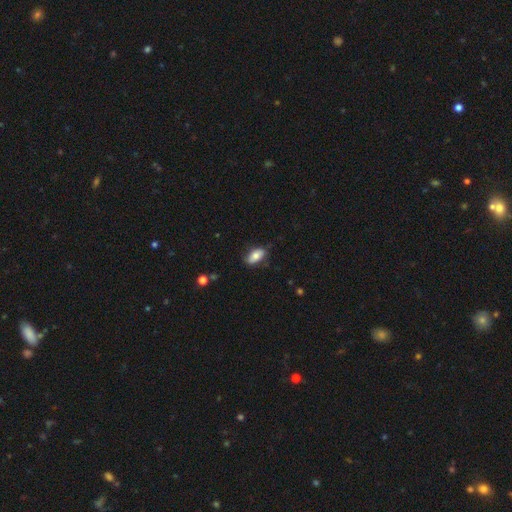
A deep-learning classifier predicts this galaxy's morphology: The model was most divided on "merging": none: 76%, minor disturbance: 19%, major disturbance: 4%, merger: 1%. More confident: how rounded — in between (92%); smooth or featured — smooth (77%).